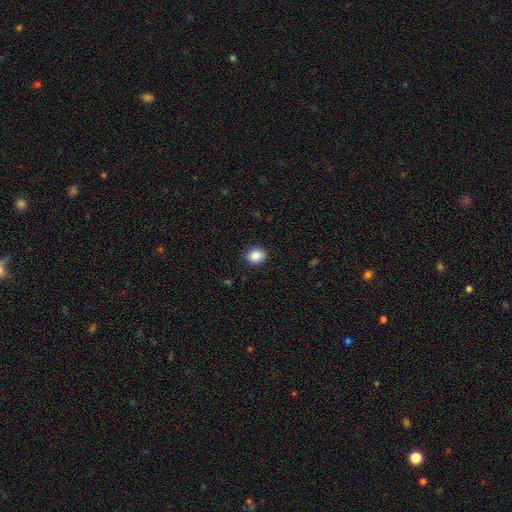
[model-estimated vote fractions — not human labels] Q: Smooth or featured?
A: smooth (88%); runner-up: star or artifact (9%)
Q: How rounded?
A: round (65%); runner-up: in between (34%)
Q: Merging?
A: none (89%); runner-up: minor disturbance (8%)